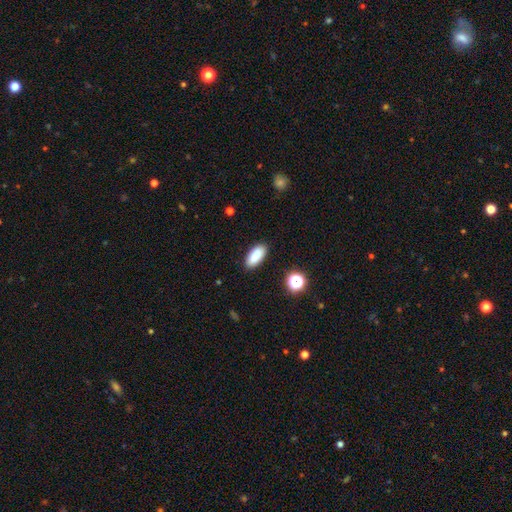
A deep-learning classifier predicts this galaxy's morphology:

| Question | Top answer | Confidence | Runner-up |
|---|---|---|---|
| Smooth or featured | smooth | 87% | star or artifact (8%) |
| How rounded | in between | 85% | cigar-shaped (12%) |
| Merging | none | 89% | minor disturbance (8%) |